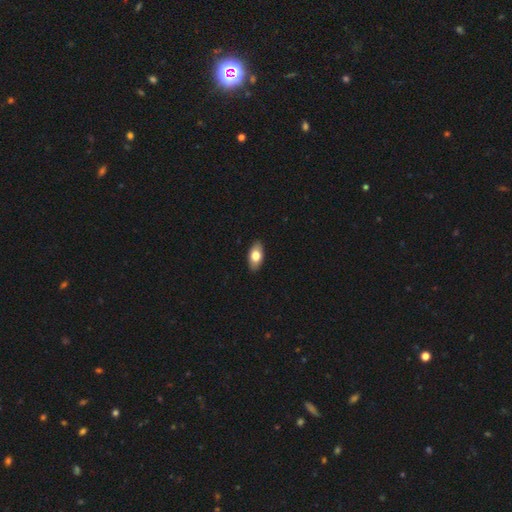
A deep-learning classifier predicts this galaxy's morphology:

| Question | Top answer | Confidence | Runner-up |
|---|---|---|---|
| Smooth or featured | smooth | 77% | featured or disk (16%) |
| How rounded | in between | 92% | cigar-shaped (4%) |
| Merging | none | 90% | minor disturbance (7%) |